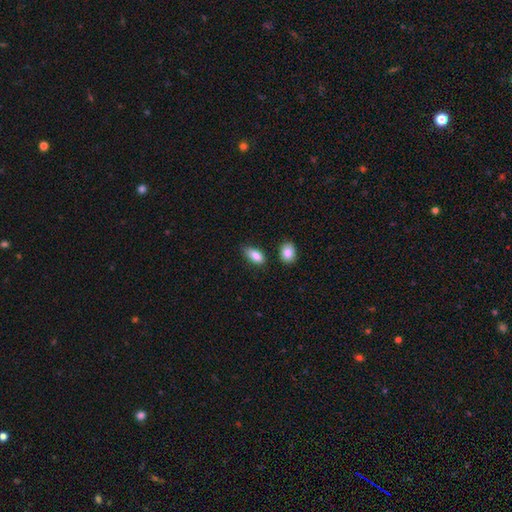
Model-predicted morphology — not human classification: smooth-or-featured: smooth: 85% | featured or disk: 7% | star or artifact: 7%
  how-rounded: in between: 87% | cigar-shaped: 8% | round: 4%
  merging: none: 71% | minor disturbance: 19% | merger: 5% | major disturbance: 4%